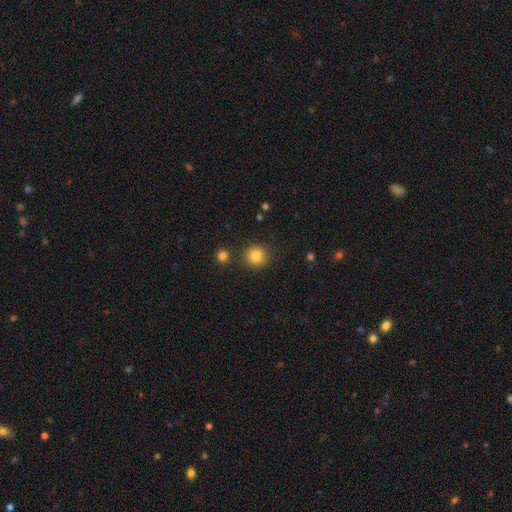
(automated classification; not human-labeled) smooth-or-featured: smooth: 84% | star or artifact: 11% | featured or disk: 5%
  how-rounded: round: 92% | in between: 7% | cigar-shaped: 1%
  merging: none: 86% | minor disturbance: 7% | merger: 4% | major disturbance: 3%